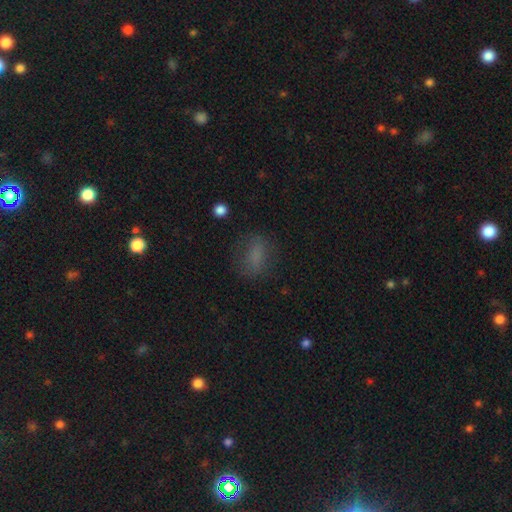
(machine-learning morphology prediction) A smooth galaxy with no disk features (72%) that is in between round and cigar-shaped (73%).

Vote fractions:
- Smooth or featured? smooth: 72% / star or artifact: 15% / featured or disk: 13%
- How rounded? in between: 73% / round: 21% / cigar-shaped: 6%
- Merging? none: 69% / minor disturbance: 18% / major disturbance: 11% / merger: 1%